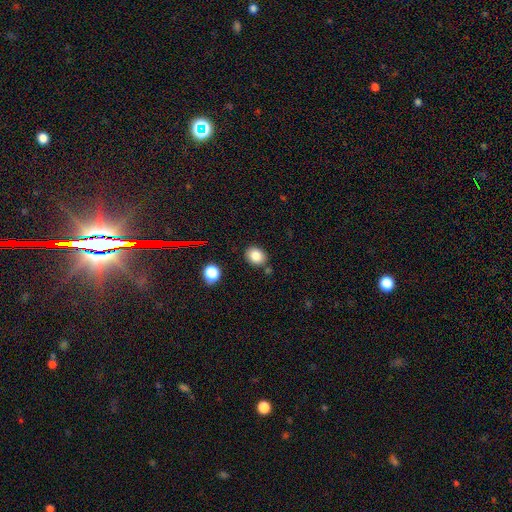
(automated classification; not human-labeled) A smooth galaxy with no disk features (84%) that is in between round and cigar-shaped (51%).

Vote fractions:
- Smooth or featured? smooth: 84% / star or artifact: 11% / featured or disk: 6%
- How rounded? in between: 51% / round: 48% / cigar-shaped: 1%
- Merging? none: 78% / minor disturbance: 12% / merger: 7% / major disturbance: 3%